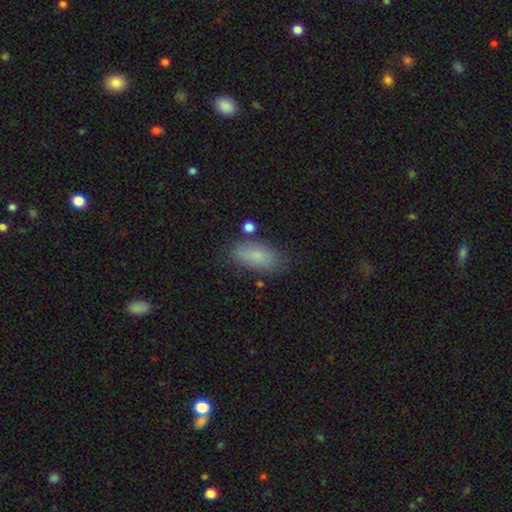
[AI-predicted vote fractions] Smooth or featured? Predicted: smooth (p=0.80). How rounded? Predicted: in between (p=0.89). Merging? Predicted: none (p=0.75).